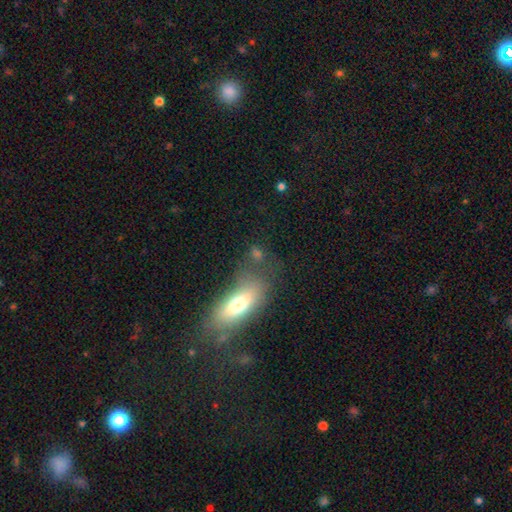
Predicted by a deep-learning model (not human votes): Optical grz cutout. It shows a smooth galaxy with no disk features (64%) that is in between round and cigar-shaped (61%). Merging: none (54%).